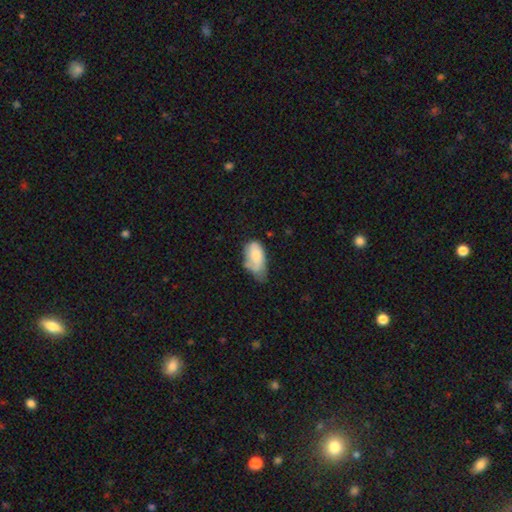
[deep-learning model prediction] Morphology: type=smooth (69%); roundness=in between (92%); merging=minor disturbance (46%).